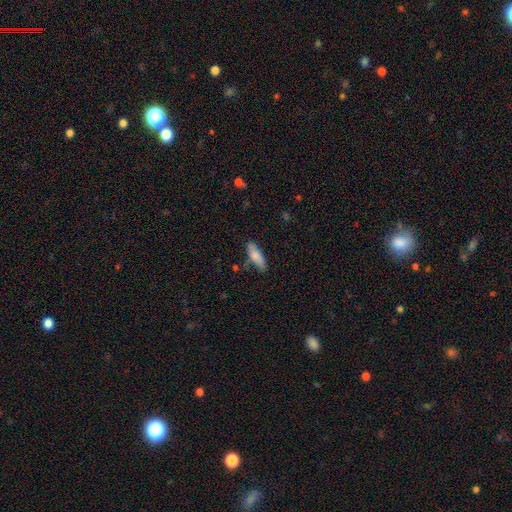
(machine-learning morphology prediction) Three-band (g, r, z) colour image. It shows a smooth galaxy with no disk features (79%) that is in between round and cigar-shaped (52%). Merging: none (68%).